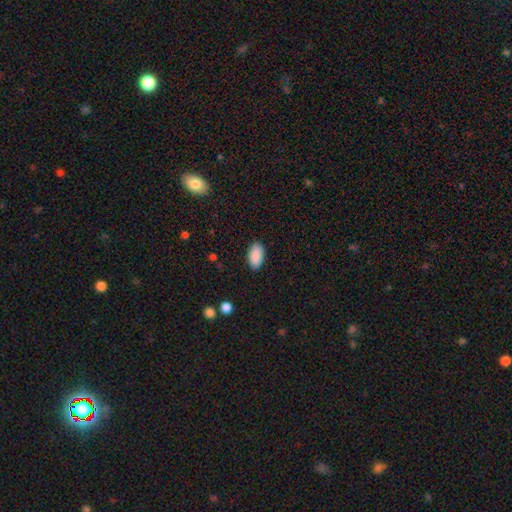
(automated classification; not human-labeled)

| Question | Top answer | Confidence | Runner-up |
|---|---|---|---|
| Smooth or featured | smooth | 90% | star or artifact (7%) |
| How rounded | in between | 95% | round (3%) |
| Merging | none | 88% | minor disturbance (9%) |